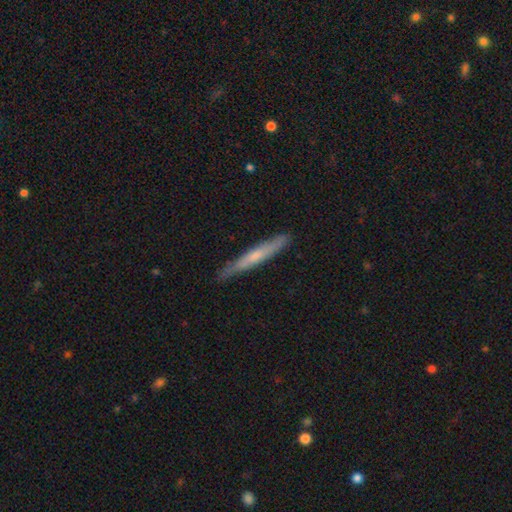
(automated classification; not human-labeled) smooth_or_featured: smooth (p=0.51) [alt: featured or disk p=0.44]
how_rounded: cigar-shaped (p=0.96) [alt: in between p=0.03]
merging: none (p=0.84) [alt: minor disturbance p=0.13]